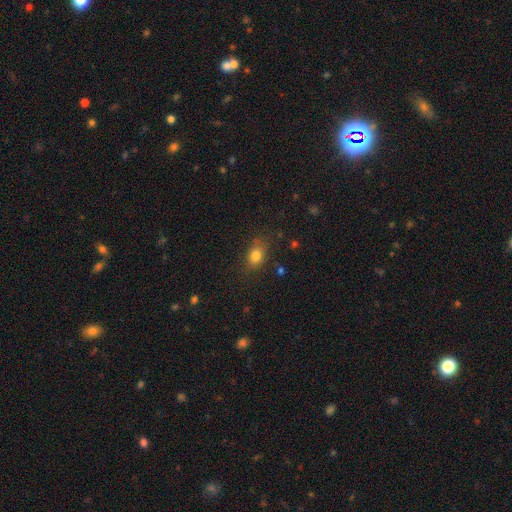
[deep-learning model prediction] Smooth or featured?
  - smooth: 80% *
  - star or artifact: 12%
  - featured or disk: 8%
How rounded?
  - in between: 67% *
  - round: 31%
  - cigar-shaped: 2%
Merging?
  - none: 78% *
  - minor disturbance: 15%
  - major disturbance: 5%
  - merger: 2%